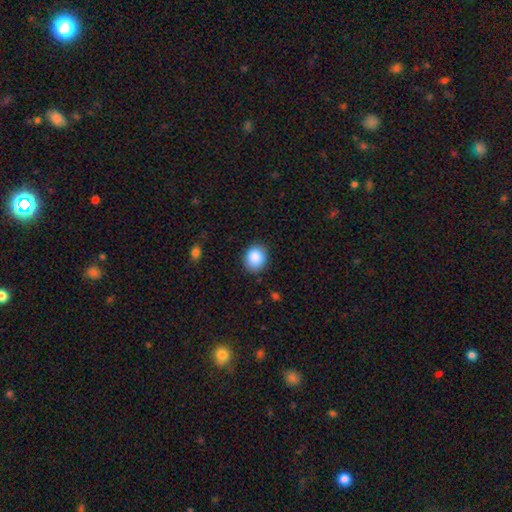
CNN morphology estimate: Overall: smooth (88%). How rounded: round (72%). Merging: none (85%).